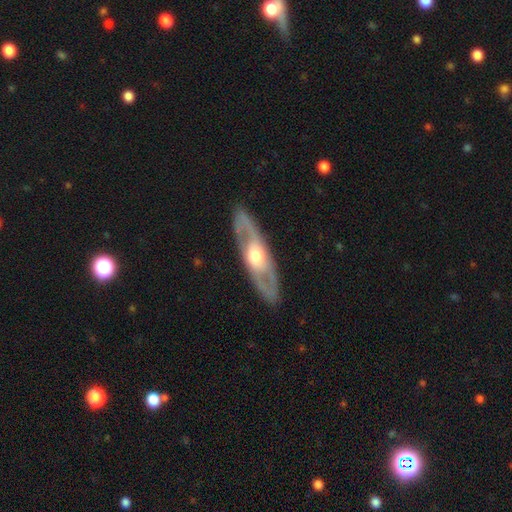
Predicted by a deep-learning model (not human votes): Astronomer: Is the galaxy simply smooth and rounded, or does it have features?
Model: featured or disk — 76%.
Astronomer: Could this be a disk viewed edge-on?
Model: no — 70%.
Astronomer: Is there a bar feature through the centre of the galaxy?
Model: no — 71%.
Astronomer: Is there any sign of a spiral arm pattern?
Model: yes — 61% (runner-up: no, 39%).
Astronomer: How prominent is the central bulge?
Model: moderate — 63%.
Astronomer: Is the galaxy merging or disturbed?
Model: none — 87%.